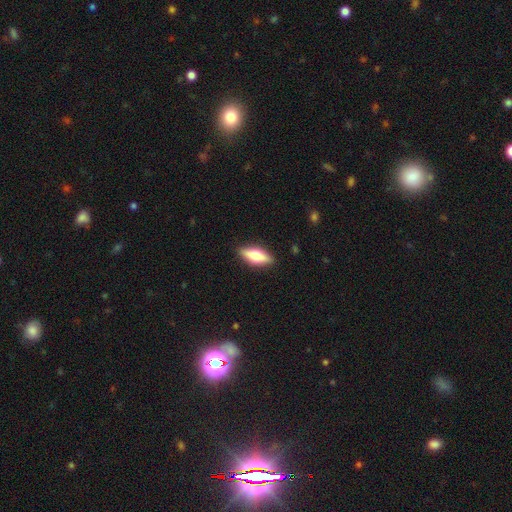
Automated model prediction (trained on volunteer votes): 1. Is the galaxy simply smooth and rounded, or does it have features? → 58% smooth, 35% featured or disk, 6% star or artifact.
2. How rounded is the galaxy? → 63% in between, 34% cigar-shaped, 3% round.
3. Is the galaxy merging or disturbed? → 88% none, 9% minor disturbance, 2% major disturbance, 1% merger.